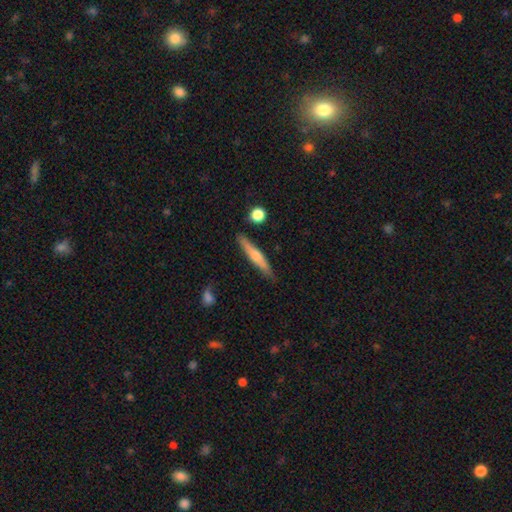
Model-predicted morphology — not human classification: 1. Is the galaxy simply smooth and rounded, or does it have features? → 56% featured or disk, 38% smooth, 6% star or artifact.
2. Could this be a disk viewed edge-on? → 96% yes, 4% no.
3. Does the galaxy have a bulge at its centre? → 82% rounded, 12% none, 5% boxy.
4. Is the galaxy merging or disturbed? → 88% none, 9% minor disturbance, 2% merger, 2% major disturbance.